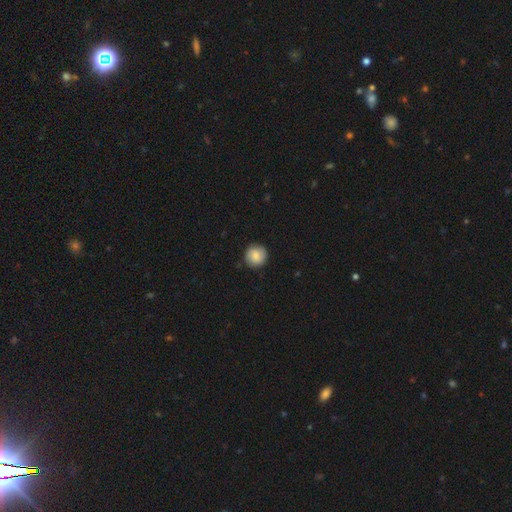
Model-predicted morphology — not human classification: smooth 79%, featured or disk 14%, star or artifact 7%. Down the decision tree: how rounded — round (94%); merging — none (89%).